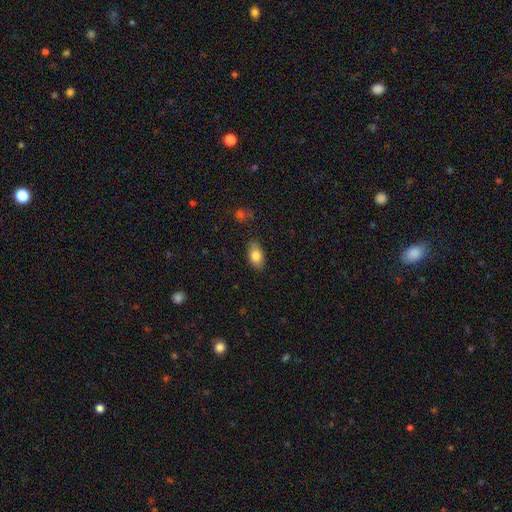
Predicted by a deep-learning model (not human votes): smooth-or-featured: smooth: 83% | featured or disk: 10% | star or artifact: 7%
  how-rounded: in between: 90% | round: 7% | cigar-shaped: 3%
  merging: none: 84% | minor disturbance: 12% | major disturbance: 3% | merger: 1%